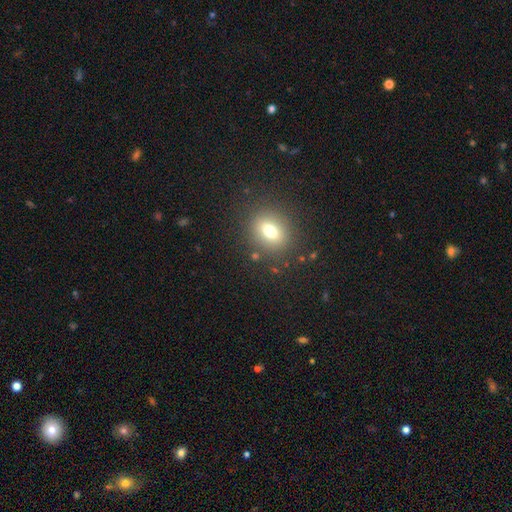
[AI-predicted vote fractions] smooth_or_featured: smooth (p=0.72) [alt: star or artifact p=0.15]
how_rounded: round (p=0.50) [alt: in between p=0.48]
merging: none (p=0.88) [alt: minor disturbance p=0.08]